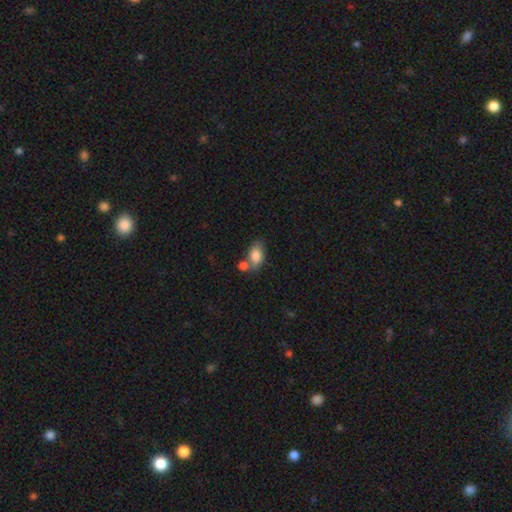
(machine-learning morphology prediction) This is clearly a smooth galaxy (82%). How rounded: clearly in between (88%). Merging: possibly none (46%).